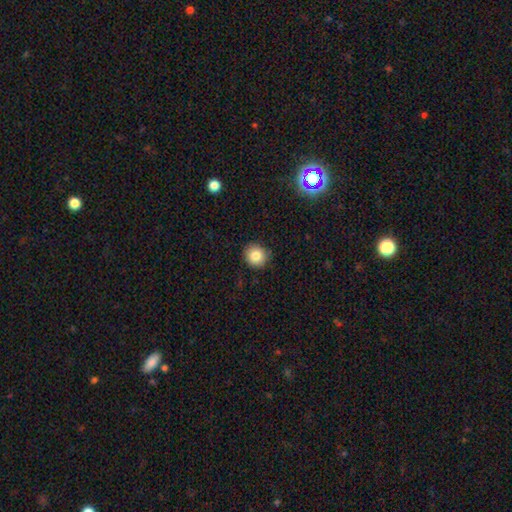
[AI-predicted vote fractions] Smooth or featured?
  - smooth: 83% *
  - star or artifact: 10%
  - featured or disk: 7%
How rounded?
  - round: 92% *
  - in between: 7%
  - cigar-shaped: 1%
Merging?
  - none: 88% *
  - minor disturbance: 9%
  - major disturbance: 2%
  - merger: 1%